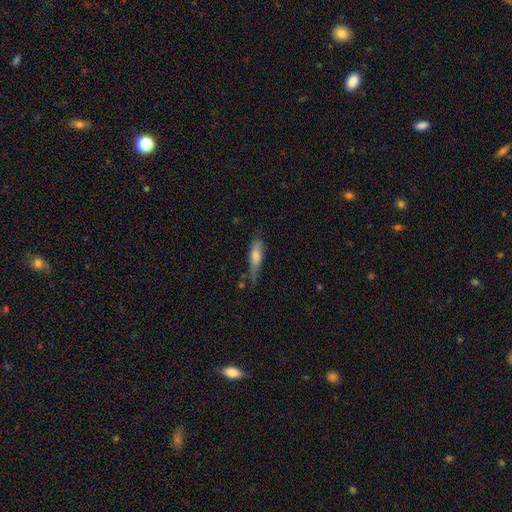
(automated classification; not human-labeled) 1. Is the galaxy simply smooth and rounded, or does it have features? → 59% smooth, 33% featured or disk, 7% star or artifact.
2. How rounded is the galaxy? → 76% cigar-shaped, 22% in between, 2% round.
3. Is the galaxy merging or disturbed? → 63% none, 27% minor disturbance, 7% major disturbance, 4% merger.